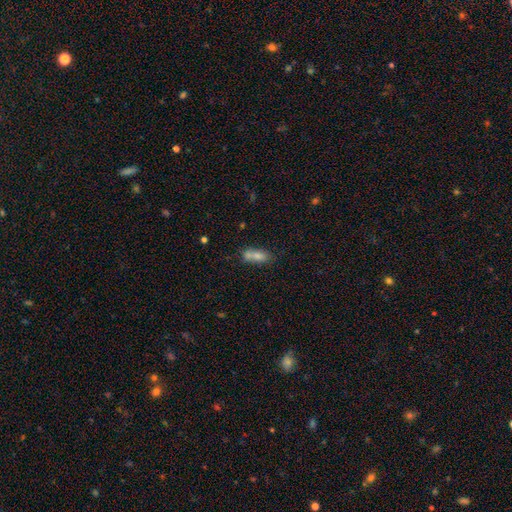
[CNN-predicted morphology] Smooth or featured? Predicted: smooth (p=0.74). How rounded? Predicted: in between (p=0.74). Merging? Predicted: merger (p=0.45).